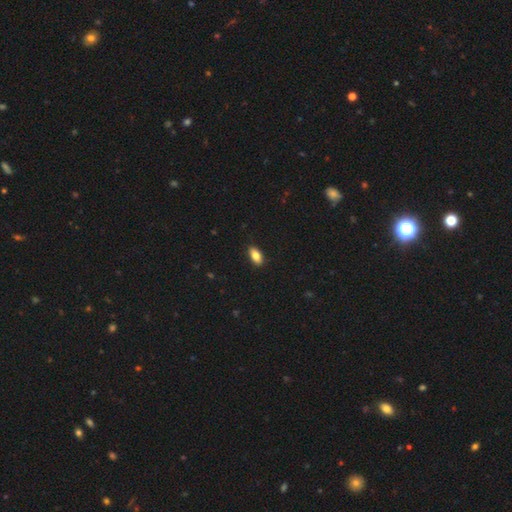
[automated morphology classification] smooth 82%, featured or disk 11%, star or artifact 7%. Down the decision tree: how rounded — in between (88%); merging — none (88%).